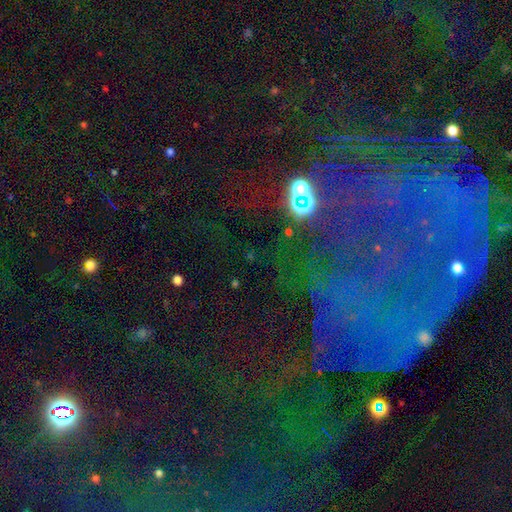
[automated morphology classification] Q: Smooth or featured?
A: star or artifact (58%); runner-up: featured or disk (26%)